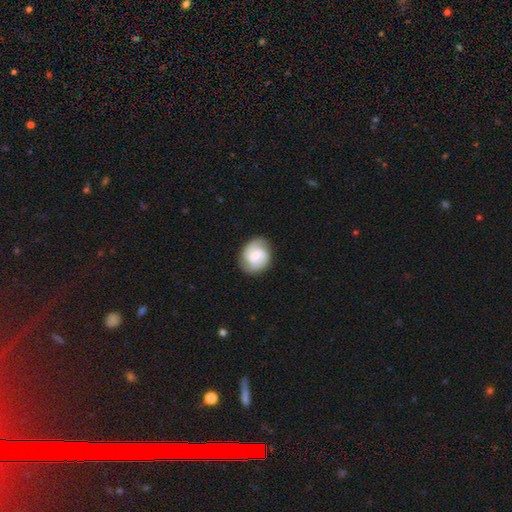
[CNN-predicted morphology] type=featured or disk (68%); edge-on=no (98%); bar=no (47%); spiral arms=yes (95%); winding=medium (47%); arm count=2 (71%); bulge=small (49%); merging=none (82%).